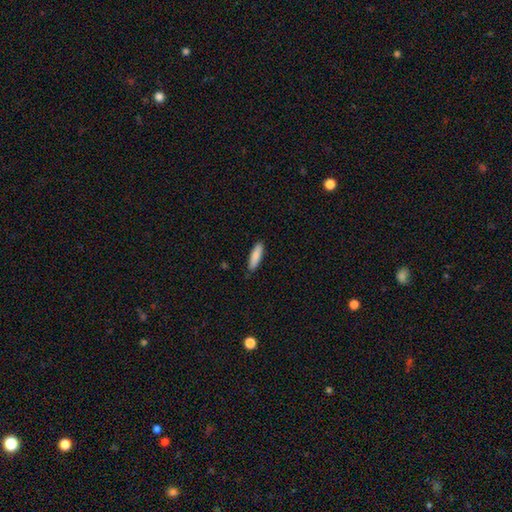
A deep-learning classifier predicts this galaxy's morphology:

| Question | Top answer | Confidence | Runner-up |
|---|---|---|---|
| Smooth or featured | smooth | 86% | featured or disk (8%) |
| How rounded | cigar-shaped | 61% | in between (38%) |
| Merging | none | 87% | minor disturbance (10%) |